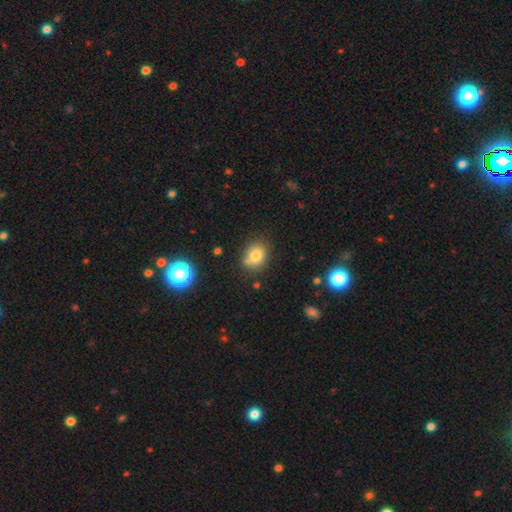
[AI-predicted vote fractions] Smooth or featured? Predicted: smooth (p=0.78). How rounded? Predicted: round (p=0.64). Merging? Predicted: none (p=0.66).